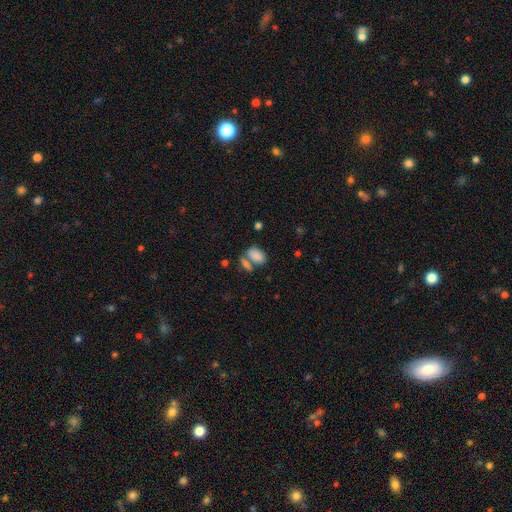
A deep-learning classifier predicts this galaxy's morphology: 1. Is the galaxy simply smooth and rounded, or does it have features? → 84% smooth, 8% star or artifact, 8% featured or disk.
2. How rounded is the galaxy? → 90% in between, 7% round, 3% cigar-shaped.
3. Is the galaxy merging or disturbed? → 44% none, 39% merger, 12% minor disturbance, 5% major disturbance.